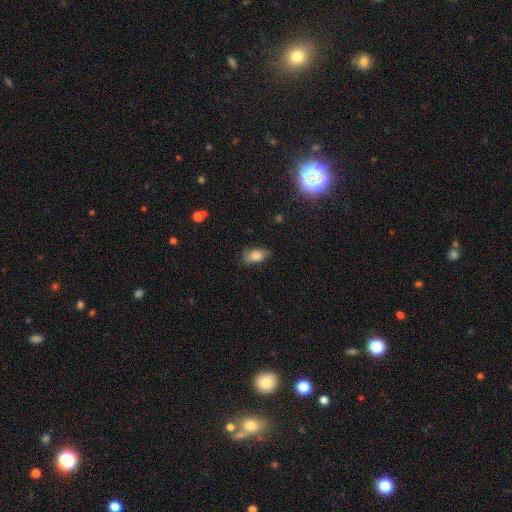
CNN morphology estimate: Q: Smooth or featured?
A: smooth (76%); runner-up: featured or disk (15%)
Q: How rounded?
A: in between (87%); runner-up: round (9%)
Q: Merging?
A: none (68%); runner-up: minor disturbance (25%)